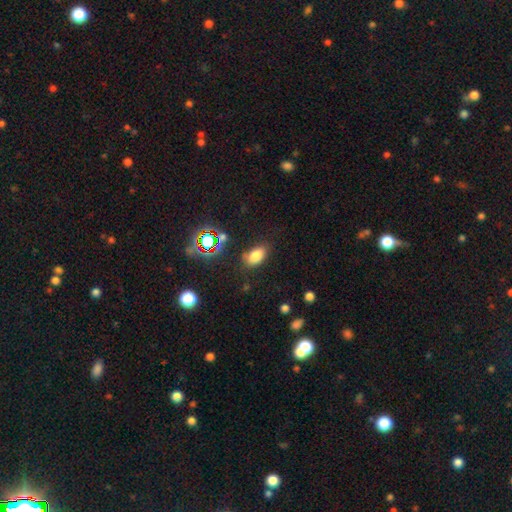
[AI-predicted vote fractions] A smooth galaxy with no disk features (77%) that is in between round and cigar-shaped (89%). Merging: none (76%).